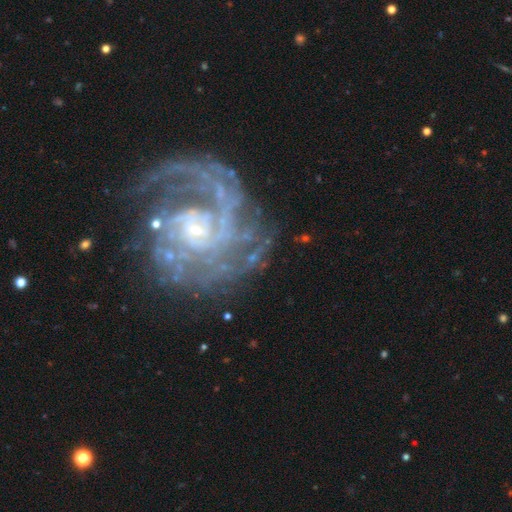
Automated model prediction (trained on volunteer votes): Smooth or featured?
  - featured or disk: 89% *
  - star or artifact: 6%
  - smooth: 4%
Edge-on disk?
  - no: 98% *
  - yes: 2%
Bar?
  - no: 63% *
  - weak: 29%
  - strong: 8%
Spiral arms?
  - yes: 97% *
  - no: 3%
Spiral winding?
  - tight: 57% *
  - medium: 34%
  - loose: 10%
Spiral arm count?
  - 2: 31% *
  - can't tell: 22%
  - 3: 17%
  - 4: 11%
  - more than 4: 10%
  - 1: 9%
Bulge size?
  - small: 75% *
  - moderate: 16%
  - none: 5%
  - large: 2%
  - dominant: 1%
Merging?
  - none: 66% *
  - minor disturbance: 16%
  - major disturbance: 15%
  - merger: 3%